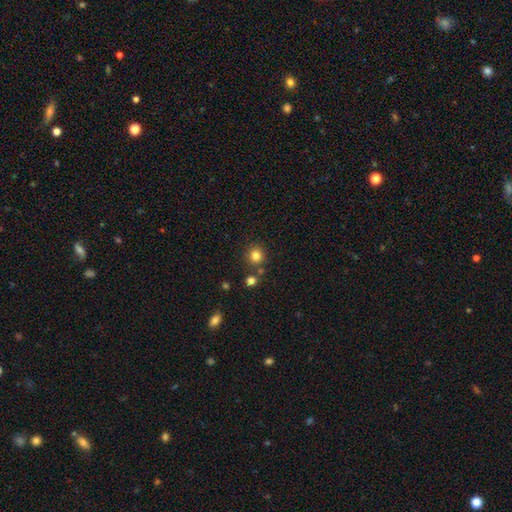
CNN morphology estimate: This is clearly a smooth galaxy (81%). How rounded: clearly round (92%). Merging: clearly none (80%).